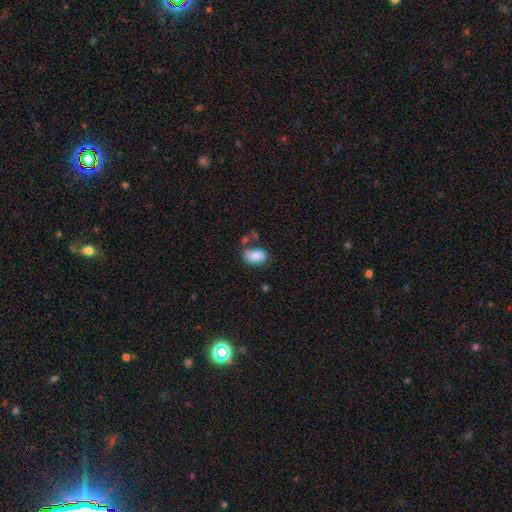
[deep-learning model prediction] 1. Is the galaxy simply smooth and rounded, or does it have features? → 86% smooth, 8% star or artifact, 7% featured or disk.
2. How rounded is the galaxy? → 92% in between, 7% round, 2% cigar-shaped.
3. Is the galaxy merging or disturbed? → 58% none, 22% minor disturbance, 12% merger, 8% major disturbance.